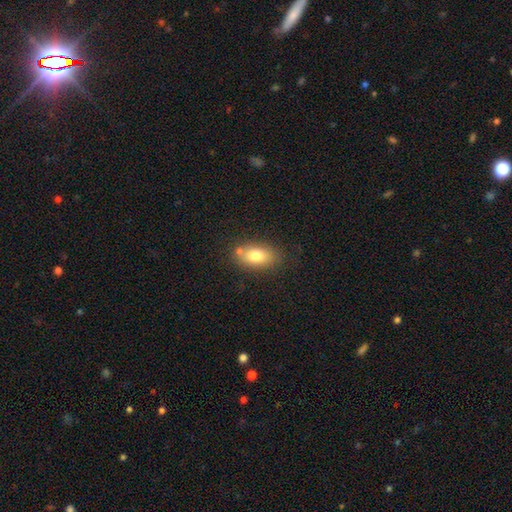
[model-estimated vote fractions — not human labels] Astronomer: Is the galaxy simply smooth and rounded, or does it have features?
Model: smooth — 78%.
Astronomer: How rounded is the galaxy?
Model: in between — 87%.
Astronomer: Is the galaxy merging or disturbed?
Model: none — 71%.